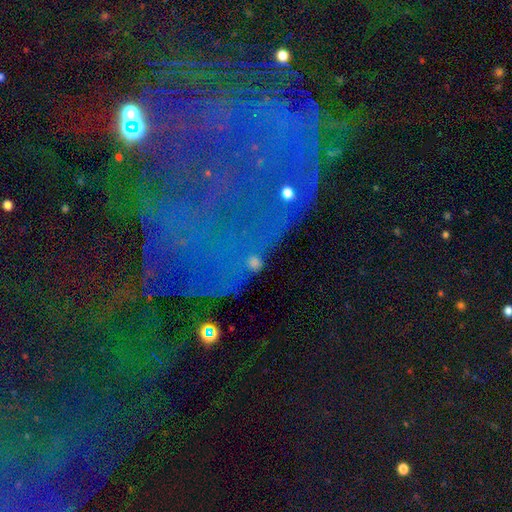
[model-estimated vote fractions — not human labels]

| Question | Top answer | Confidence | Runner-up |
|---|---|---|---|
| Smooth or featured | star or artifact | 57% | featured or disk (28%) |